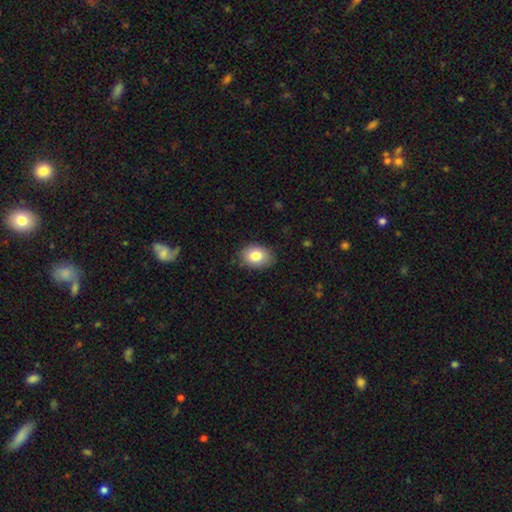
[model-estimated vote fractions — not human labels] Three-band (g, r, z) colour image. It shows a smooth galaxy with no disk features (83%) that is in between round and cigar-shaped (76%). Merging: none (83%).